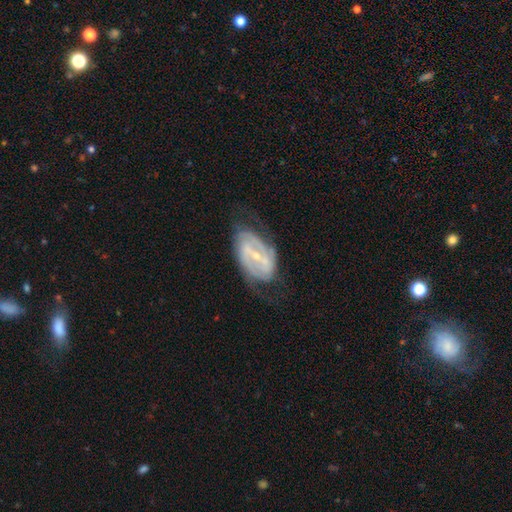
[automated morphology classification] Smooth or featured? featured or disk (82%)
Edge-on disk? no (95%)
Bar? strong (49%)
Spiral arms? yes (86%)
Spiral winding? medium (41%, tied with tight)
Spiral arm count? 2 (69%)
Bulge size? small (69%)
Merging? none (64%)